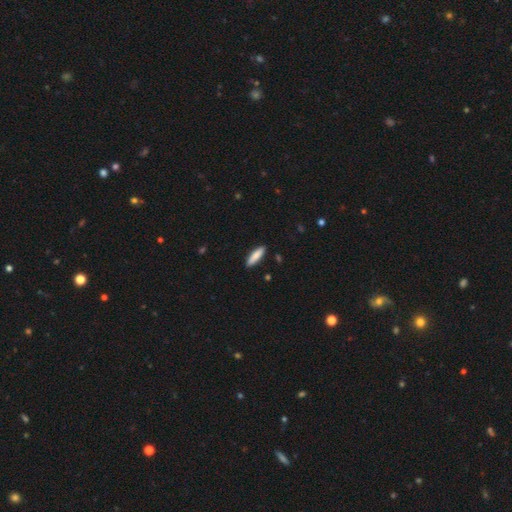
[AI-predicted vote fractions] A smooth galaxy with no disk features (85%) that is cigar-shaped (68%). Merging: none (89%).